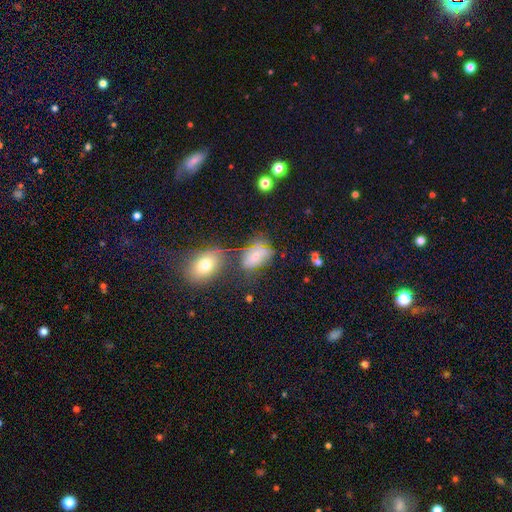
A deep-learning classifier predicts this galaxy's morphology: Overall: smooth (52%; featured or disk 31%). How rounded: in between (84%). Merging: none (51%; minor disturbance 24%).